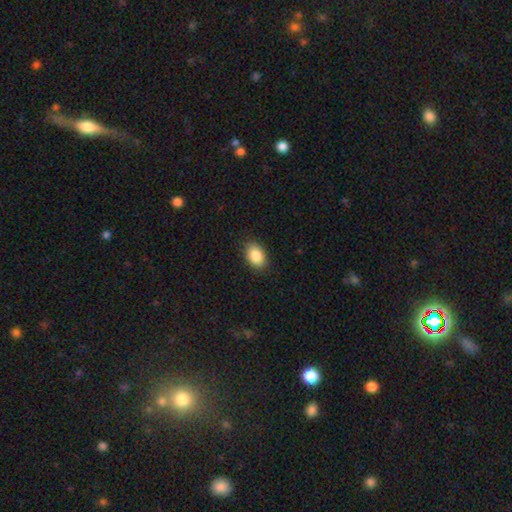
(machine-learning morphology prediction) smooth_or_featured: smooth (p=0.88) [alt: star or artifact p=0.07]
how_rounded: in between (p=0.86) [alt: round p=0.13]
merging: none (p=0.87) [alt: minor disturbance p=0.10]